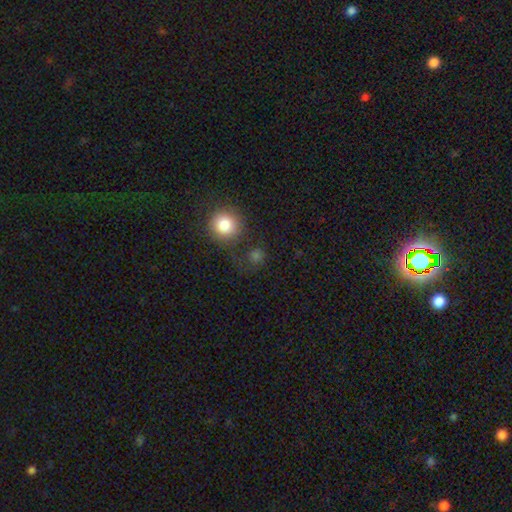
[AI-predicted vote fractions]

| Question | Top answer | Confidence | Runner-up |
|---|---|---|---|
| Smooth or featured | smooth | 73% | star or artifact (18%) |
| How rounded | round | 88% | in between (11%) |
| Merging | none | 65% | minor disturbance (13%) |